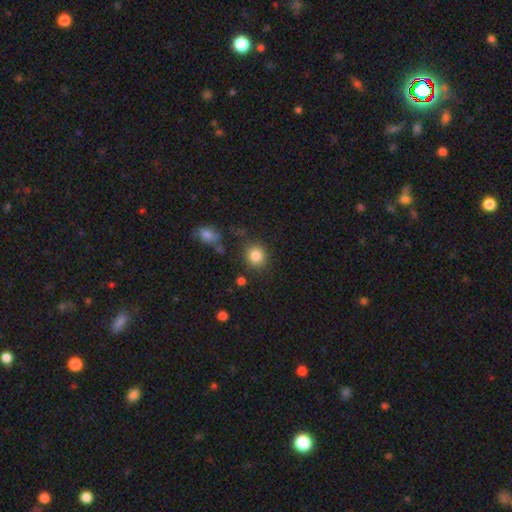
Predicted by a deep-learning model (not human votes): smooth-or-featured: smooth: 84% | star or artifact: 10% | featured or disk: 6%
  how-rounded: round: 80% | in between: 19% | cigar-shaped: 1%
  merging: none: 82% | minor disturbance: 10% | merger: 4% | major disturbance: 3%